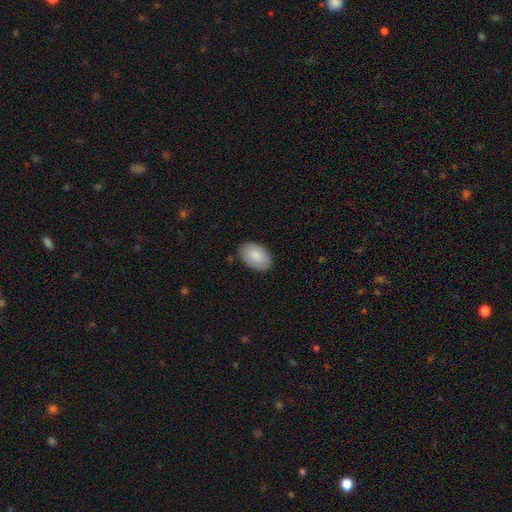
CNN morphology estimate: This is clearly a smooth galaxy (84%). How rounded: clearly in between (89%). Merging: clearly none (85%).